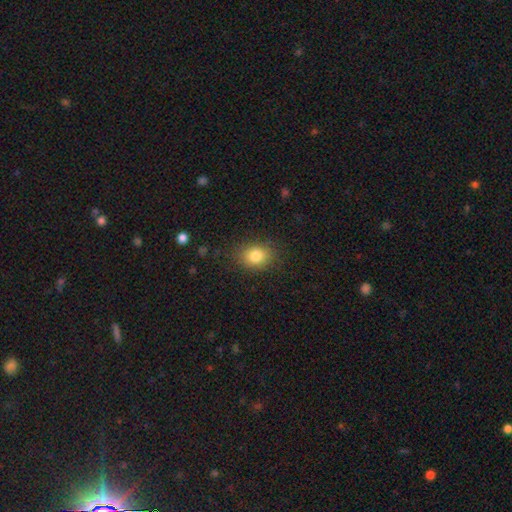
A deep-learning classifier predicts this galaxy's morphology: type=smooth (82%); roundness=in between (50%); merging=none (84%).